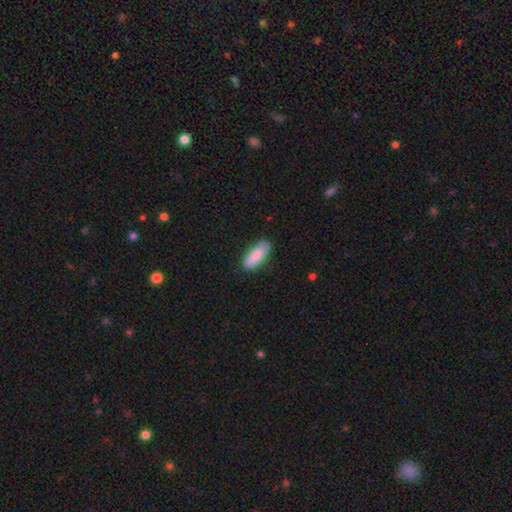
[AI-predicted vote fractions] smooth-or-featured: smooth: 85% | featured or disk: 9% | star or artifact: 6%
  how-rounded: in between: 78% | cigar-shaped: 20% | round: 2%
  merging: none: 81% | minor disturbance: 15% | major disturbance: 3% | merger: 1%